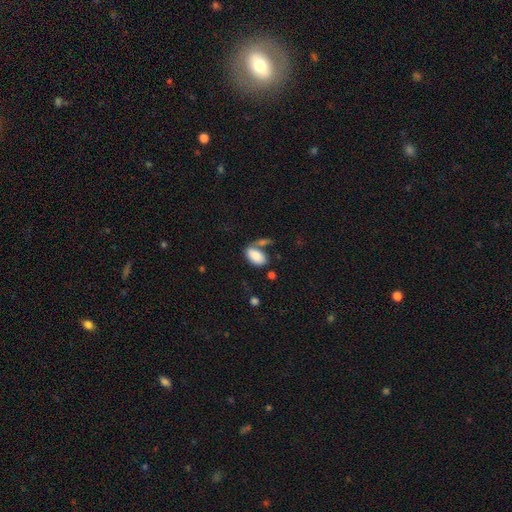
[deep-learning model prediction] Morphology: type=smooth (84%); roundness=in between (94%); merging=none (45%).